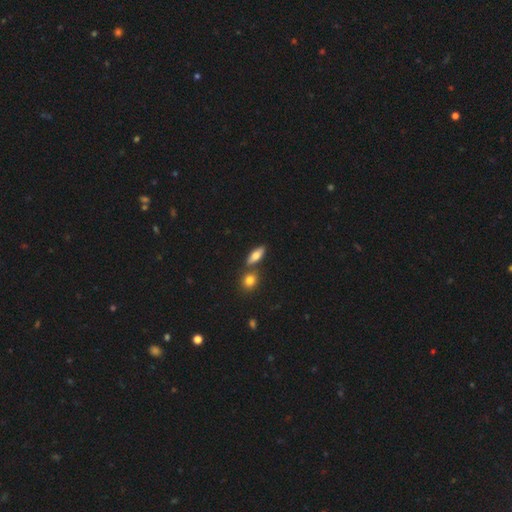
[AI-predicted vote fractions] smooth 68%, featured or disk 24%, star or artifact 8%. Down the decision tree: how rounded — in between (64%); merging — none (69%).